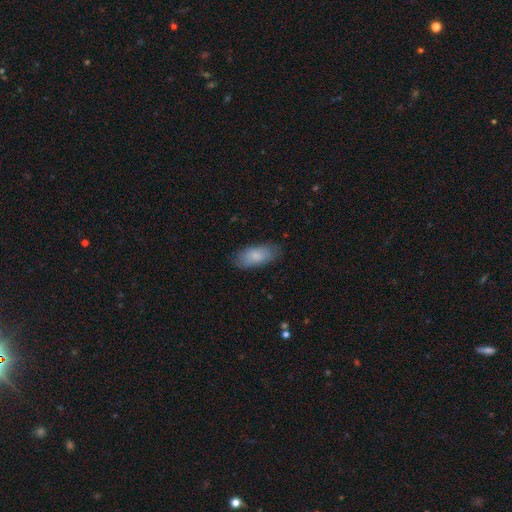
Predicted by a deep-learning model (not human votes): smooth_or_featured: smooth (p=0.82) [alt: featured or disk p=0.12]
how_rounded: in between (p=0.85) [alt: cigar-shaped p=0.12]
merging: none (p=0.79) [alt: minor disturbance p=0.16]